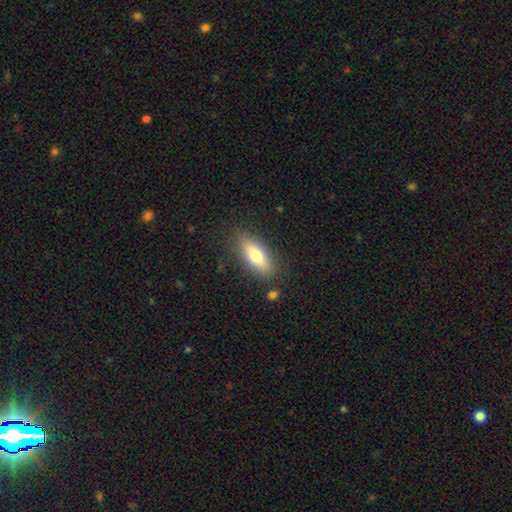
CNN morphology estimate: smooth 71%, featured or disk 22%, star or artifact 7%. Down the decision tree: how rounded — in between (64%); merging — none (84%).